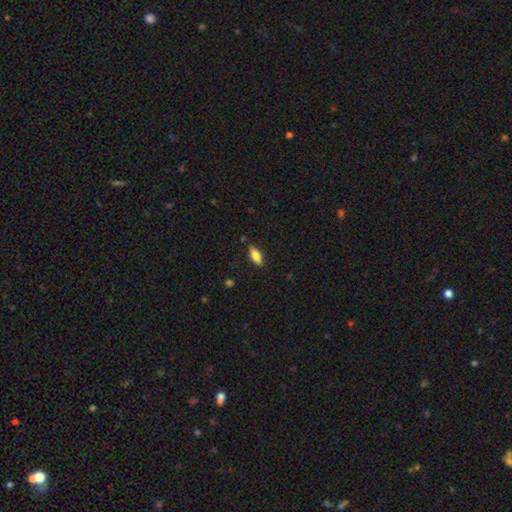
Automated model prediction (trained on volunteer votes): Smooth or featured: smooth — 79% (featured or disk — 14%)
How rounded: in between — 80% (cigar-shaped — 18%)
Merging: none — 87% (minor disturbance — 10%)